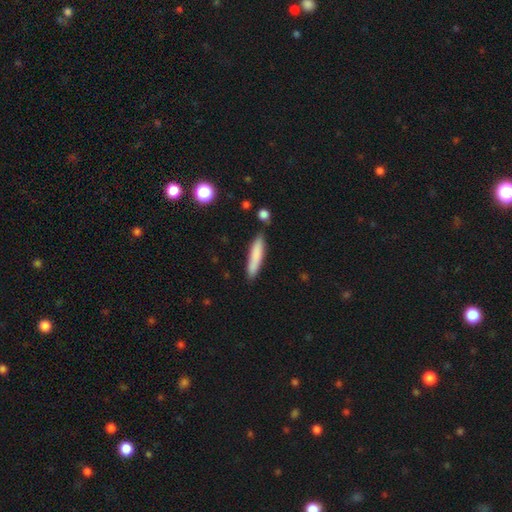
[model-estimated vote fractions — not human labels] A smooth galaxy with no disk features (81%) that is cigar-shaped (84%). Merging: none (80%).